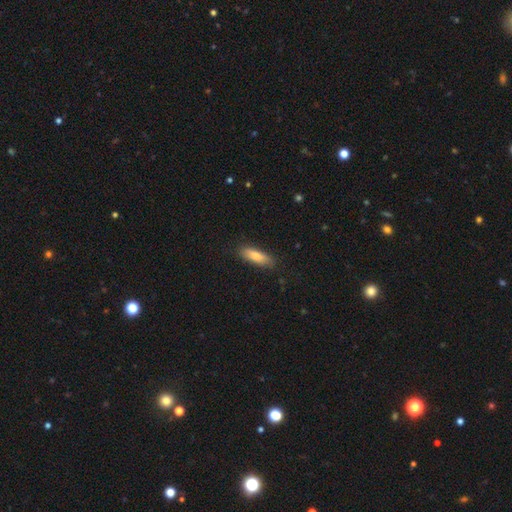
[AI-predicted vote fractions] Smooth or featured? Predicted: smooth (p=0.78). How rounded? Predicted: cigar-shaped (p=0.50). Merging? Predicted: none (p=0.85).